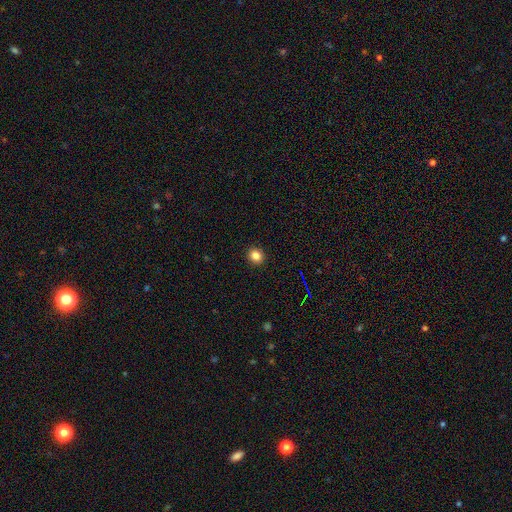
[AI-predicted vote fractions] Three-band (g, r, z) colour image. It shows a smooth galaxy with no disk features (85%) that is round (81%). Merging: none (92%).